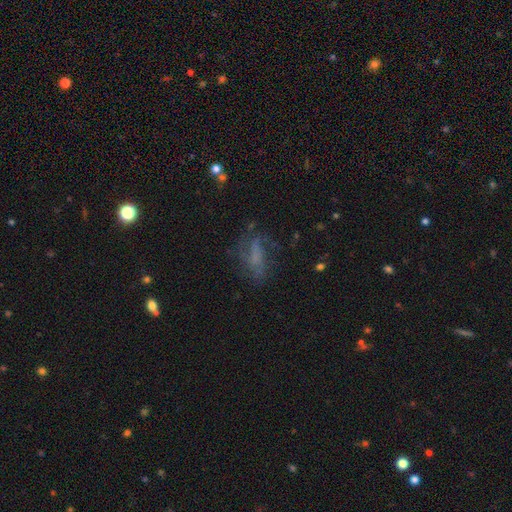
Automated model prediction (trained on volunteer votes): A featured or disk galaxy (45%).

Vote fractions:
- Smooth or featured? featured or disk: 45% / smooth: 34% / star or artifact: 20%
- Merging? none: 52% / major disturbance: 24% / minor disturbance: 21% / merger: 3%